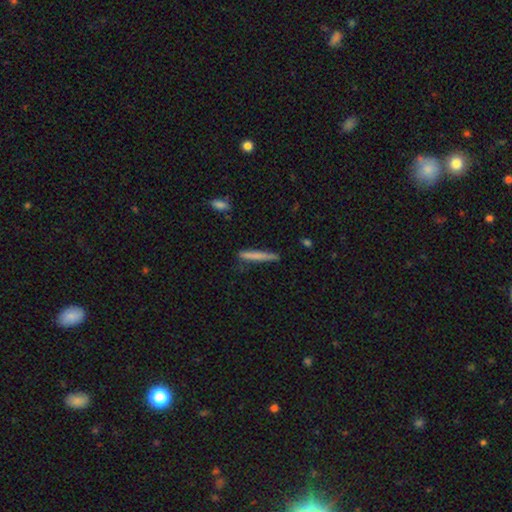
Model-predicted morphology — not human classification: This appears to be a smooth galaxy with no disk features (71%) that is cigar-shaped (96%). Merging: none (82%).